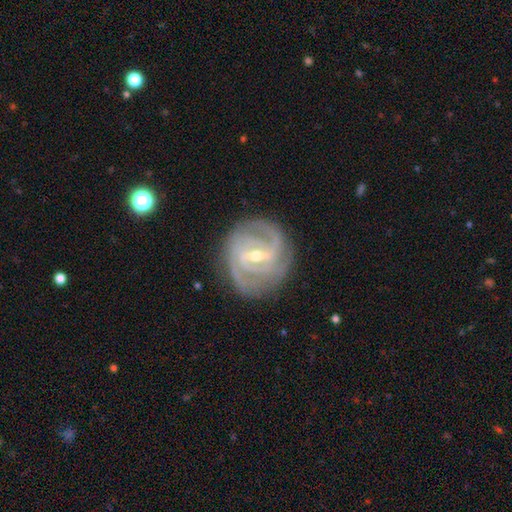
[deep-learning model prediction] Morphology: type=featured or disk (90%); edge-on=no (97%); bar=weak (46%); spiral arms=yes (97%); winding=tight (62%); arm count=3 (33%); bulge=small (50%); merging=none (81%).